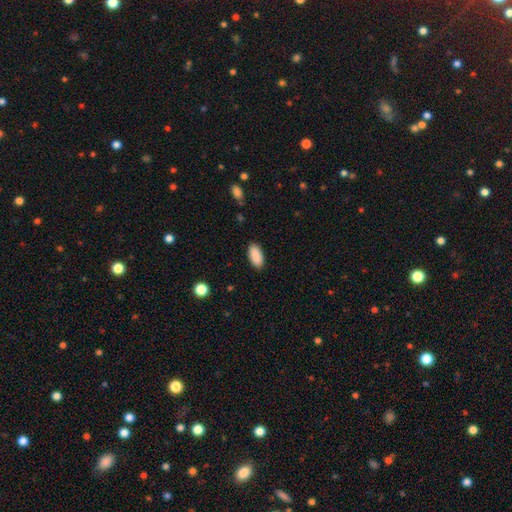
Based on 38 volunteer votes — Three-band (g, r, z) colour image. It shows a smooth galaxy with no disk features (95%) that is in between round and cigar-shaped (94%). Merging: none (100%).